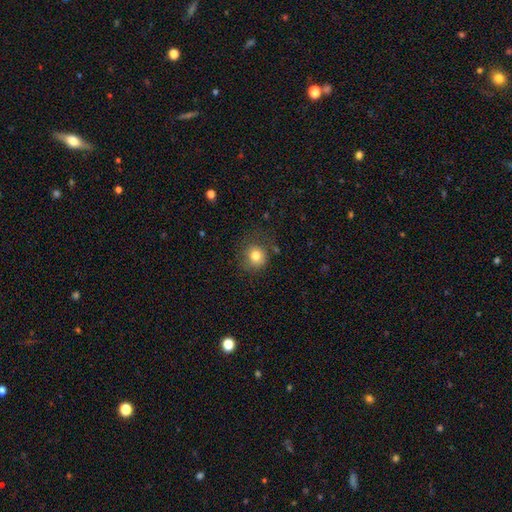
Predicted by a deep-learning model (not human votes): Smooth or featured: smooth — 80% (star or artifact — 12%)
How rounded: round — 85% (in between — 15%)
Merging: none — 73% (minor disturbance — 17%)